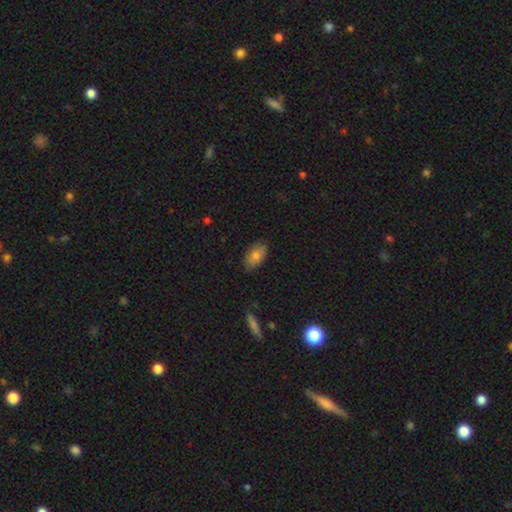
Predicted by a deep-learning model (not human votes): Q: Smooth or featured?
A: smooth (80%); runner-up: featured or disk (13%)
Q: How rounded?
A: in between (92%); runner-up: round (5%)
Q: Merging?
A: none (83%); runner-up: minor disturbance (14%)